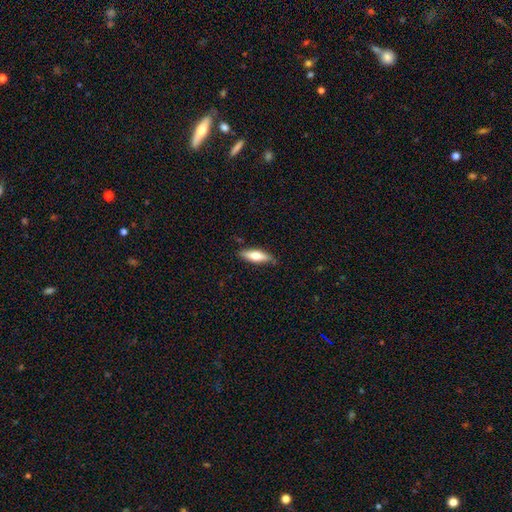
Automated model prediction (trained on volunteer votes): A smooth galaxy with no disk features (67%) that is cigar-shaped (50%). Merging: none (78%).